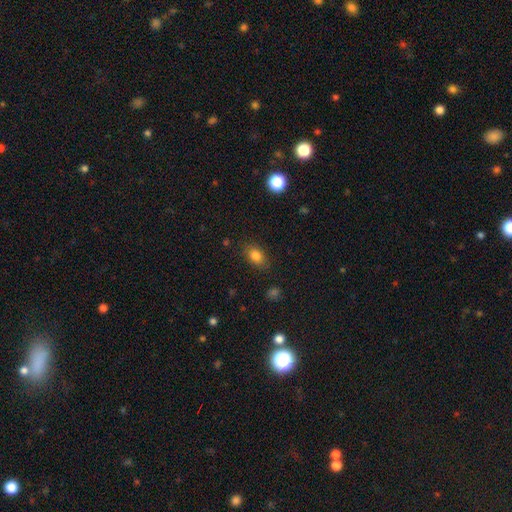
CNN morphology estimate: Overall: smooth (82%). How rounded: in between (80%). Merging: none (82%).